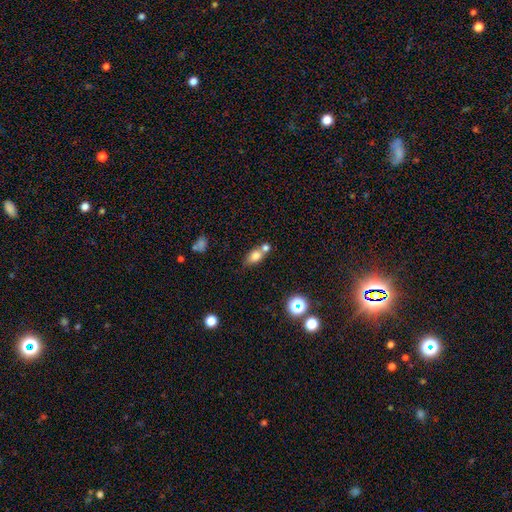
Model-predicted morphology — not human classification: Q: Smooth or featured?
A: smooth (74%); runner-up: featured or disk (15%)
Q: How rounded?
A: in between (73%); runner-up: round (20%)
Q: Merging?
A: none (43%); runner-up: merger (40%)